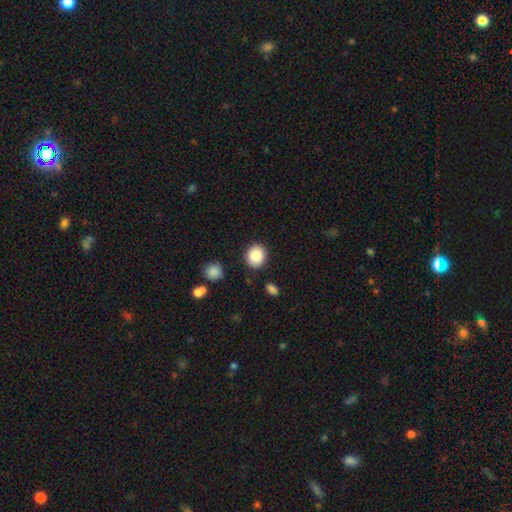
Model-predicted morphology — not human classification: smooth-or-featured: smooth: 88% | star or artifact: 8% | featured or disk: 4%
  how-rounded: round: 68% | in between: 31% | cigar-shaped: 1%
  merging: none: 84% | minor disturbance: 10% | major disturbance: 3% | merger: 3%